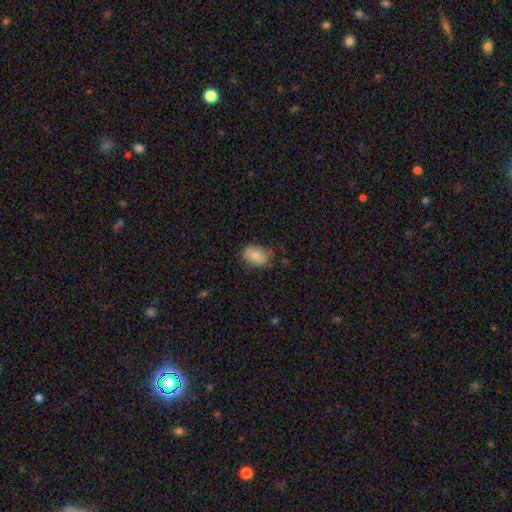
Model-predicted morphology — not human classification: smooth-or-featured: smooth: 79% | featured or disk: 14% | star or artifact: 8%
  how-rounded: in between: 78% | round: 20% | cigar-shaped: 1%
  merging: none: 72% | minor disturbance: 22% | major disturbance: 4% | merger: 2%